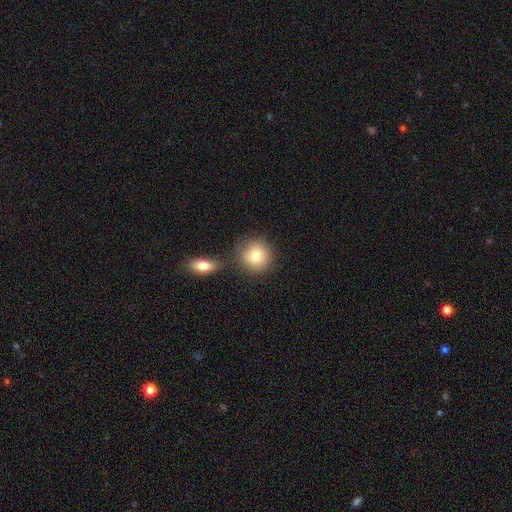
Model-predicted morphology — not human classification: smooth-or-featured: smooth: 85% | featured or disk: 8% | star or artifact: 7%
  how-rounded: round: 87% | in between: 12% | cigar-shaped: 1%
  merging: none: 70% | merger: 16% | minor disturbance: 11% | major disturbance: 3%